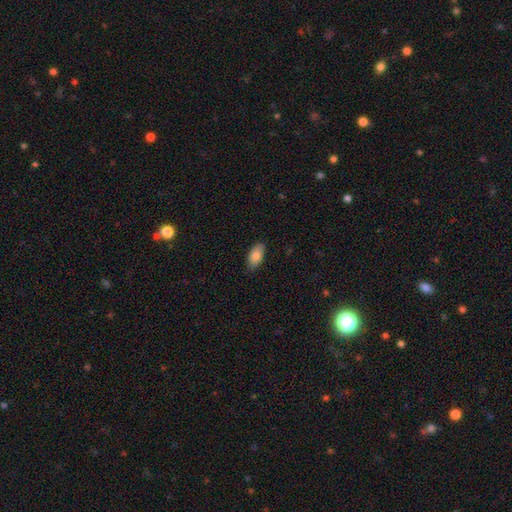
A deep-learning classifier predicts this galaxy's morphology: smooth_or_featured: smooth (p=0.83) [alt: featured or disk p=0.11]
how_rounded: in between (p=0.92) [alt: cigar-shaped p=0.05]
merging: none (p=0.85) [alt: minor disturbance p=0.12]